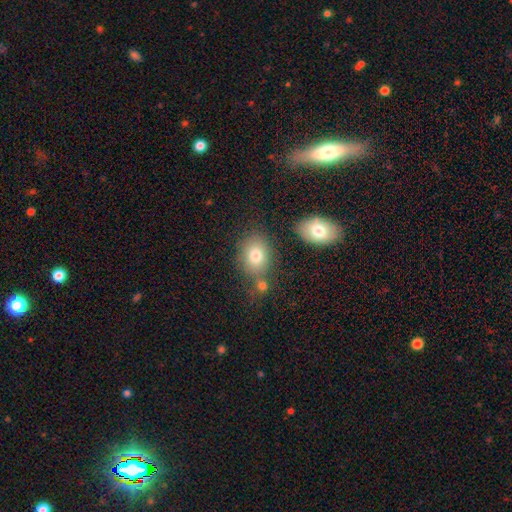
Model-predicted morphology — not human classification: smooth_or_featured: smooth (p=0.79) [alt: featured or disk p=0.11]
how_rounded: in between (p=0.53) [alt: round p=0.45]
merging: none (p=0.64) [alt: merger p=0.17]